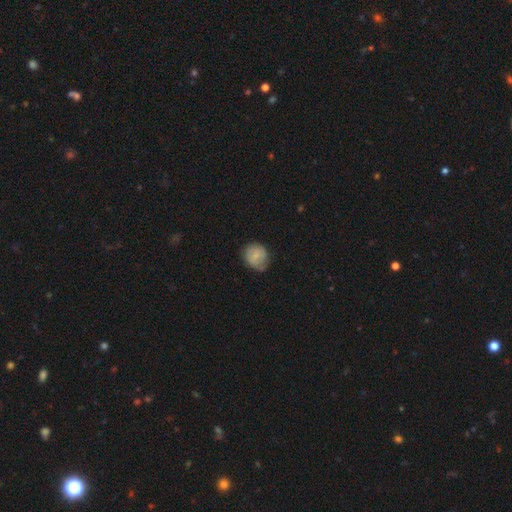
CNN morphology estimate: Smooth or featured?
  - smooth: 64% *
  - featured or disk: 28%
  - star or artifact: 7%
How rounded?
  - round: 77% *
  - in between: 22%
  - cigar-shaped: 1%
Merging?
  - none: 57% *
  - minor disturbance: 32%
  - major disturbance: 9%
  - merger: 2%